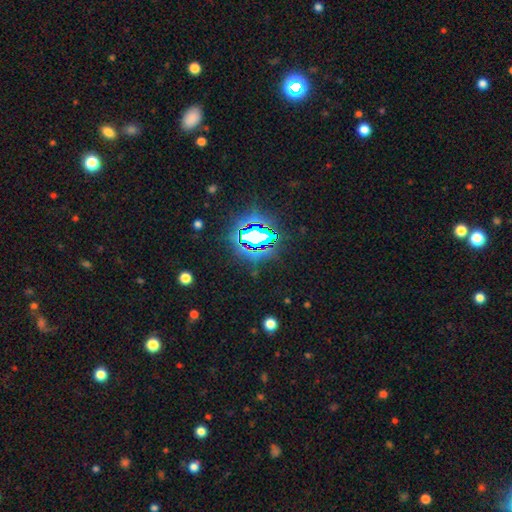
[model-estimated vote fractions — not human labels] This appears to be a star or artifact, not a galaxy (84%).